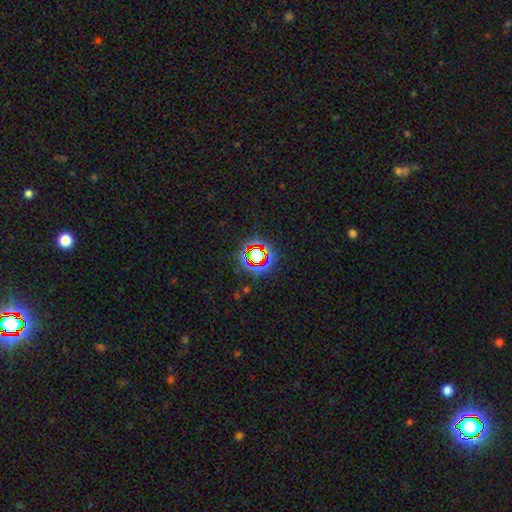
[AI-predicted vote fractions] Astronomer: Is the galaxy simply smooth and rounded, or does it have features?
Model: star or artifact — 70%.